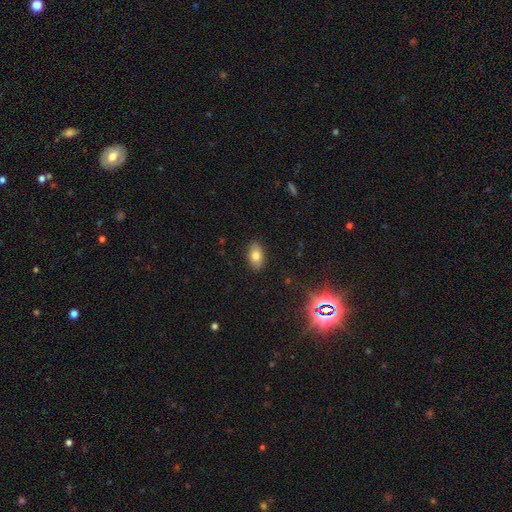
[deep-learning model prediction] The model was most divided on "smooth or featured": smooth: 79%, featured or disk: 11%, star or artifact: 10%. More confident: how rounded — in between (91%); merging — none (88%).